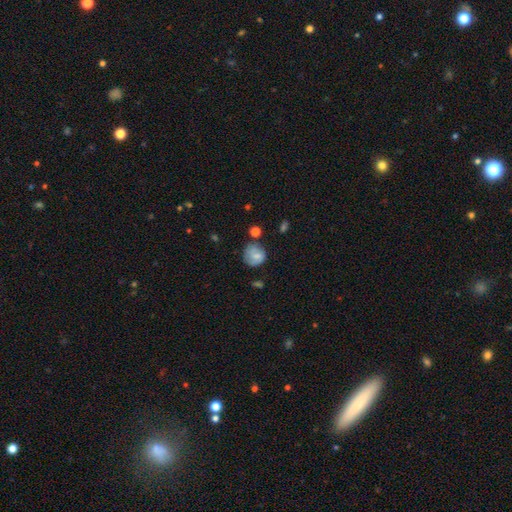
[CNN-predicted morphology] Smooth or featured: smooth — 68% (featured or disk — 24%)
How rounded: round — 80% (in between — 19%)
Merging: none — 60% (minor disturbance — 26%)